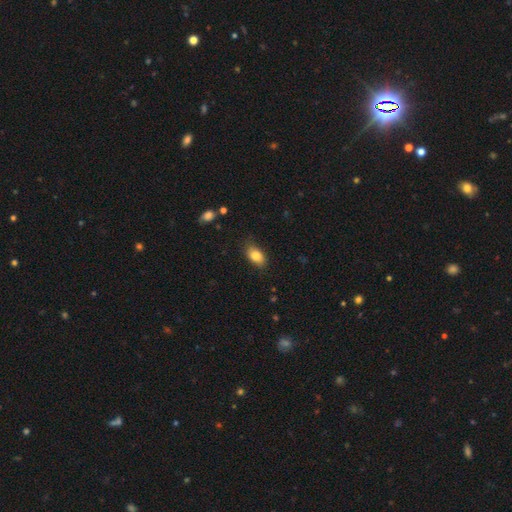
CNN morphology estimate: This appears to be a smooth galaxy with no disk features (84%) that is in between round and cigar-shaped (87%). Merging: none (77%).